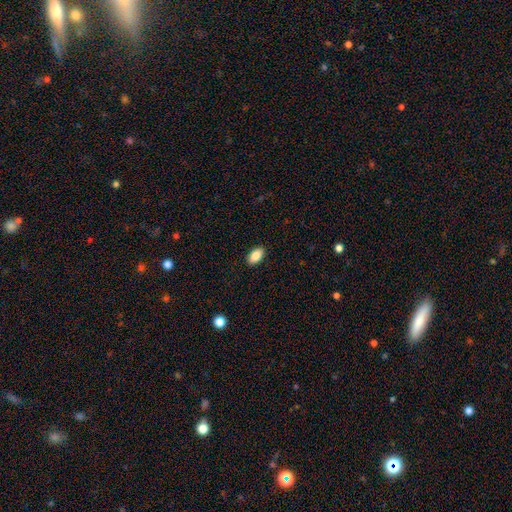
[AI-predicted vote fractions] Smooth or featured? smooth (86%)
How rounded? in between (93%)
Merging? none (90%)